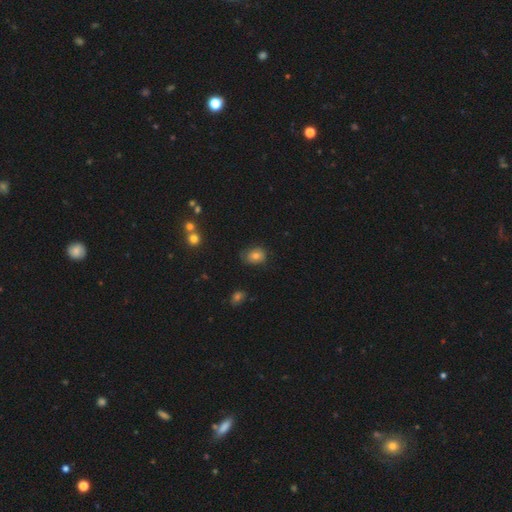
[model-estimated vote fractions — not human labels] Q: Smooth or featured?
A: smooth (74%); runner-up: featured or disk (14%)
Q: How rounded?
A: in between (69%); runner-up: round (29%)
Q: Merging?
A: none (68%); runner-up: minor disturbance (24%)